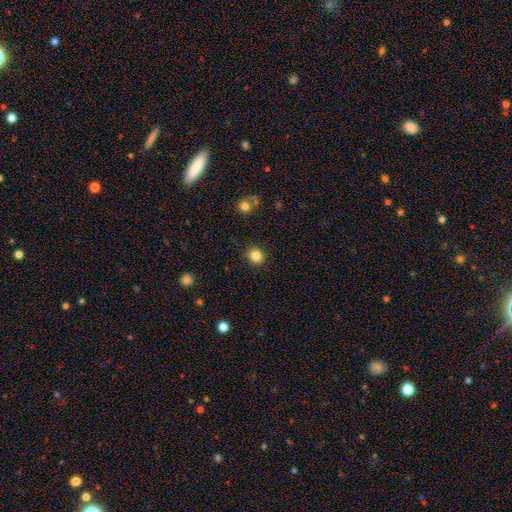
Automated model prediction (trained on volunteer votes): This is clearly a smooth galaxy (84%). How rounded: clearly round (81%). Merging: clearly none (90%).